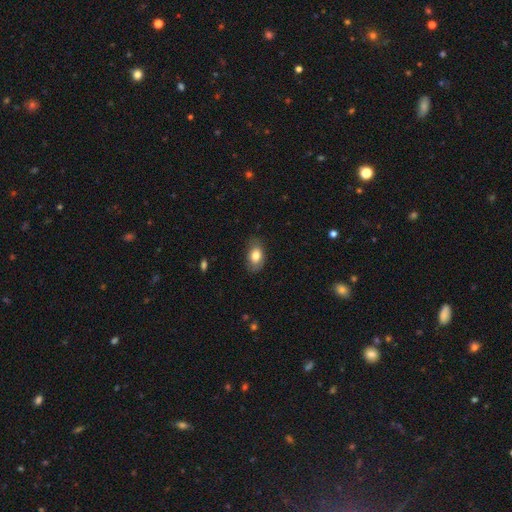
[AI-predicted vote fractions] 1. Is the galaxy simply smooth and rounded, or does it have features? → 79% smooth, 13% featured or disk, 8% star or artifact.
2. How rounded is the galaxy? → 86% in between, 12% round, 2% cigar-shaped.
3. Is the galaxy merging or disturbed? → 78% none, 17% minor disturbance, 4% major disturbance, 1% merger.